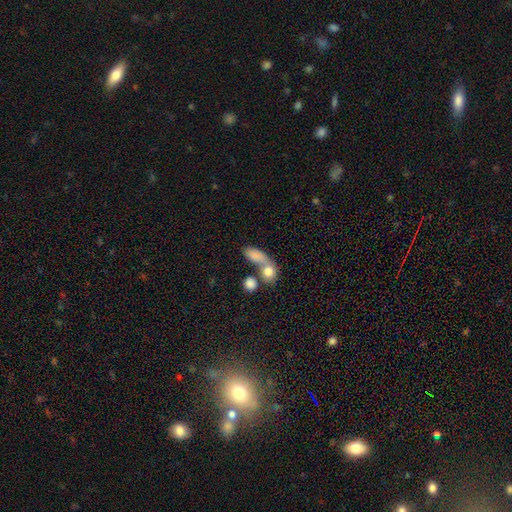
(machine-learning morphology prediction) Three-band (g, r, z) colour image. It shows a smooth galaxy with no disk features (79%) that is in between round and cigar-shaped (68%). Merging: merger (49%).